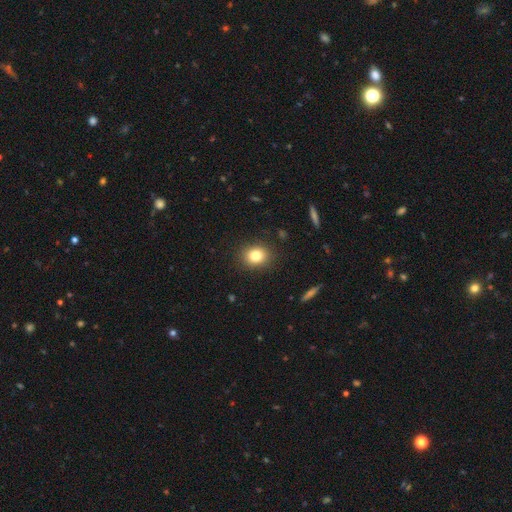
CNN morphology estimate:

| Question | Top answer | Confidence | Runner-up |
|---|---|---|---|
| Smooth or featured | smooth | 81% | star or artifact (11%) |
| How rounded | round | 65% | in between (34%) |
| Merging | none | 89% | minor disturbance (8%) |